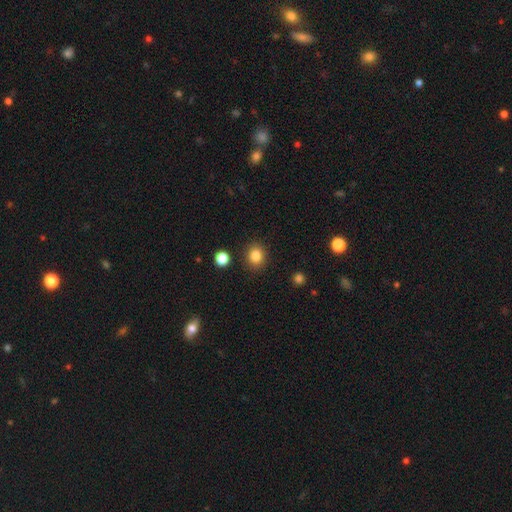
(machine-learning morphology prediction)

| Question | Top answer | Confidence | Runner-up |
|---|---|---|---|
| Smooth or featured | smooth | 84% | star or artifact (11%) |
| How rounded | round | 73% | in between (26%) |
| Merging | none | 88% | minor disturbance (7%) |